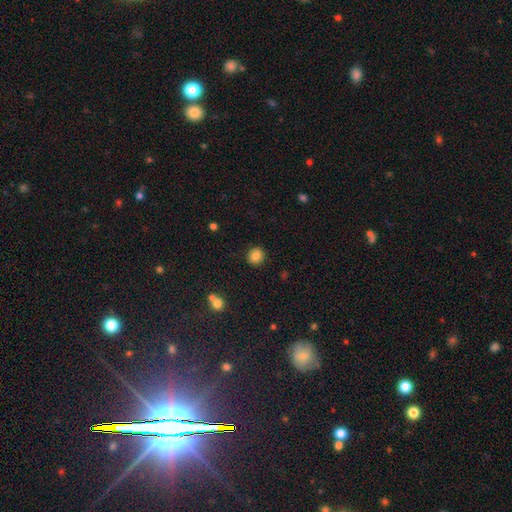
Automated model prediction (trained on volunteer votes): Smooth or featured: smooth — 84% (star or artifact — 10%)
How rounded: round — 90% (in between — 9%)
Merging: none — 91% (minor disturbance — 5%)